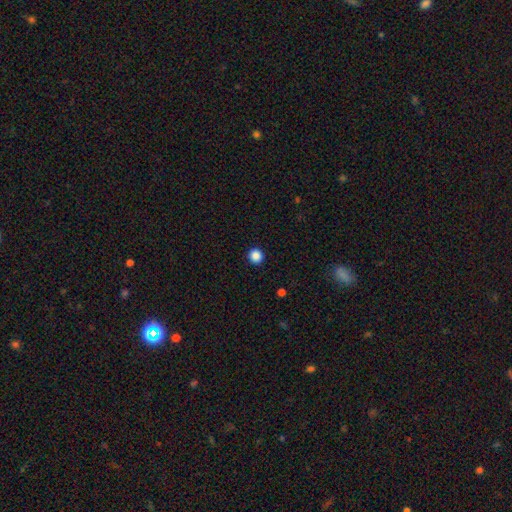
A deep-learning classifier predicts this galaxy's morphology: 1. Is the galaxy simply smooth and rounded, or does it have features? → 87% smooth, 11% star or artifact, 3% featured or disk.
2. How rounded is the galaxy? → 94% round, 5% in between, 1% cigar-shaped.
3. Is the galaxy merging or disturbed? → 93% none, 4% minor disturbance, 2% major disturbance, 1% merger.